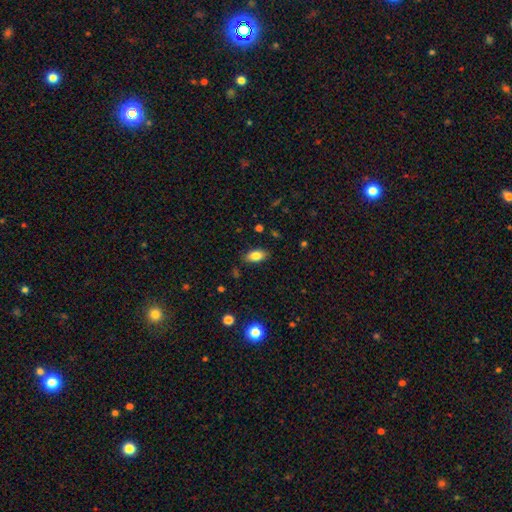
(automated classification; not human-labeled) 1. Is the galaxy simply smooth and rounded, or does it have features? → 83% smooth, 9% featured or disk, 8% star or artifact.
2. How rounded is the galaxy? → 90% in between, 5% round, 5% cigar-shaped.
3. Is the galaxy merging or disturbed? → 85% none, 11% minor disturbance, 3% major disturbance, 1% merger.